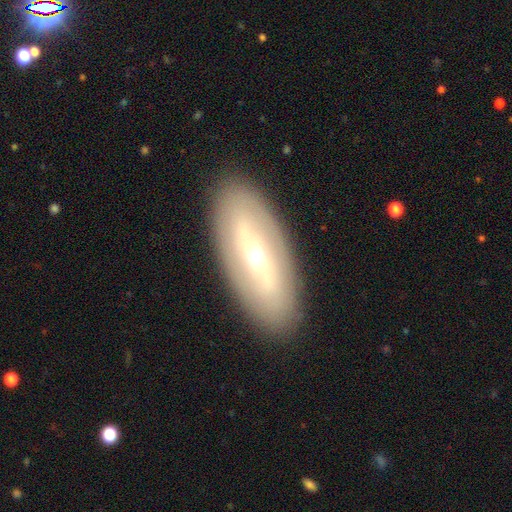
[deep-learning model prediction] Smooth or featured? Predicted: featured or disk (p=0.60). Edge-on disk? Predicted: no (p=0.79). Merging? Predicted: none (p=0.89).